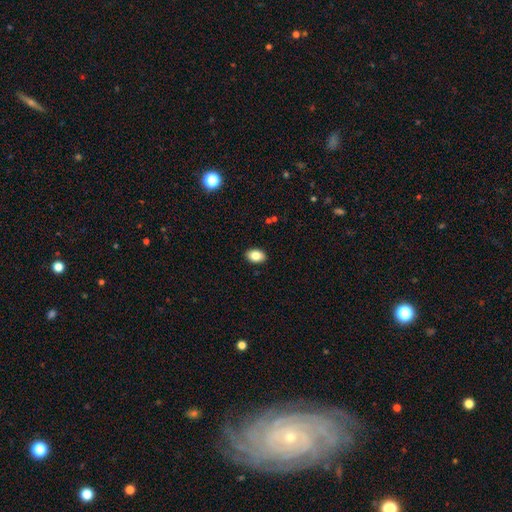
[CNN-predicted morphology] Smooth or featured? smooth (85%)
How rounded? in between (83%)
Merging? none (90%)